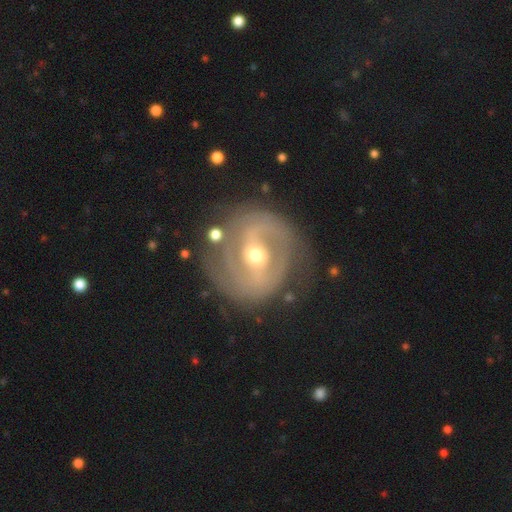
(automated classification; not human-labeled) A featured or disk galaxy (84%) with a weak bar (44%), 2 (69%) tight (51%) spiral arms (88%) and a moderate central bulge (60%). Merging: none (78%).